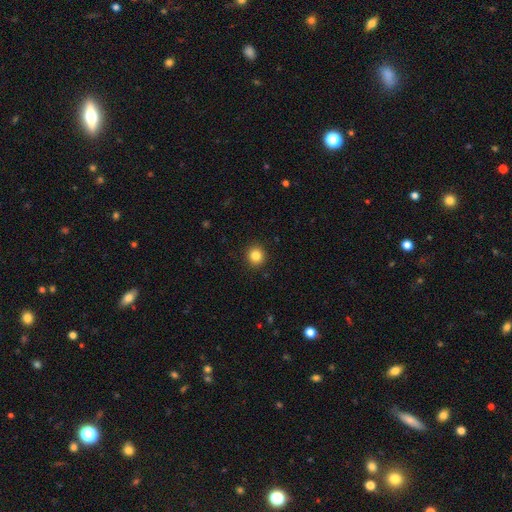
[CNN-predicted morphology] A smooth galaxy with no disk features (84%) that is round (91%). Merging: none (92%).